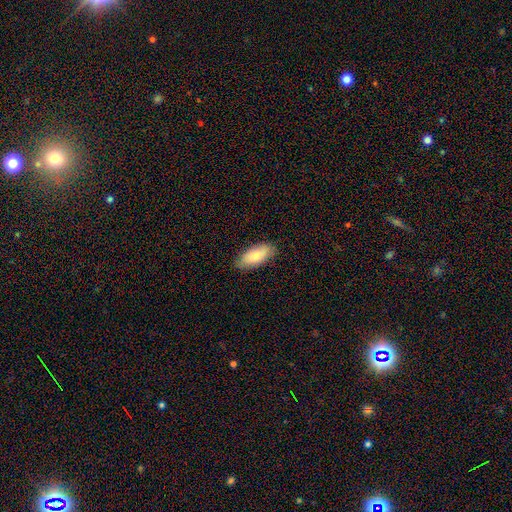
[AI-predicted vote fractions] smooth 81%, featured or disk 13%, star or artifact 6%. Down the decision tree: how rounded — in between (85%); merging — none (83%).